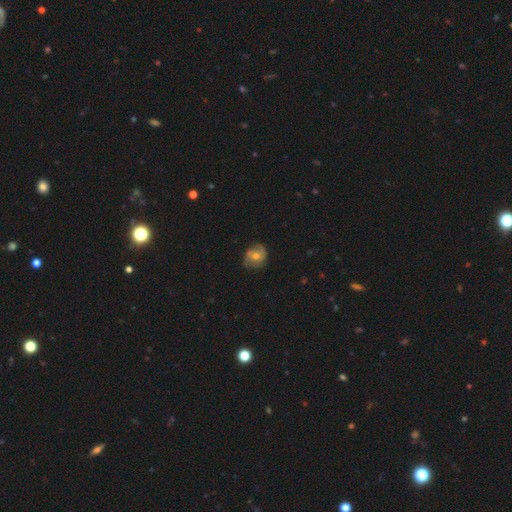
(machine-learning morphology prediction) Overall: featured or disk (58%; smooth 32%). Edge-on disk: no (97%). Bar: no (70%). Spiral arms: yes (85%). Bulge size: moderate (61%; small 34%). Merging: none (72%).